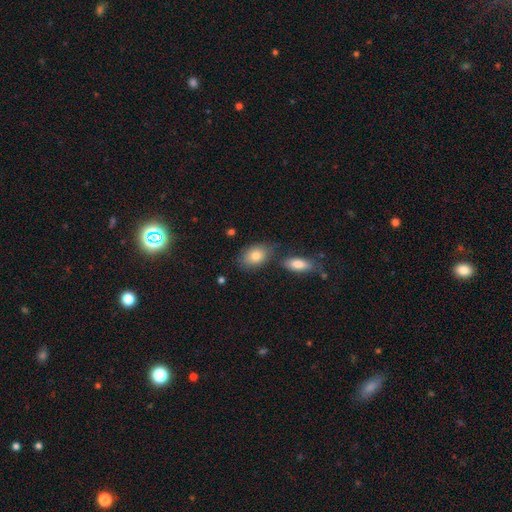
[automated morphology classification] Smooth or featured?
  - smooth: 81% *
  - featured or disk: 12%
  - star or artifact: 7%
How rounded?
  - in between: 84% *
  - round: 15%
  - cigar-shaped: 2%
Merging?
  - none: 65% *
  - minor disturbance: 16%
  - merger: 14%
  - major disturbance: 5%